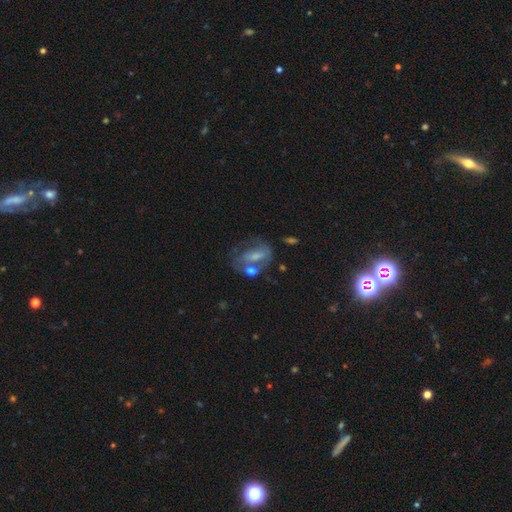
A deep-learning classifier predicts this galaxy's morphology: smooth-or-featured: featured or disk: 47% | smooth: 44% | star or artifact: 9%
  merging: none: 34% | merger: 29% | major disturbance: 19% | minor disturbance: 18%